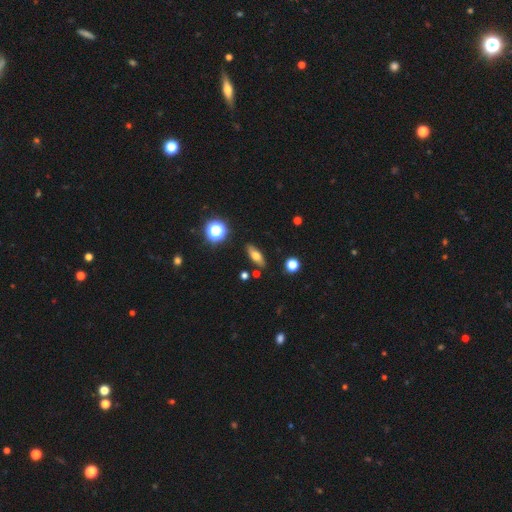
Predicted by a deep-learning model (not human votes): This appears to be a smooth galaxy with no disk features (64%) that is in between round and cigar-shaped (64%). Merging: none (85%).